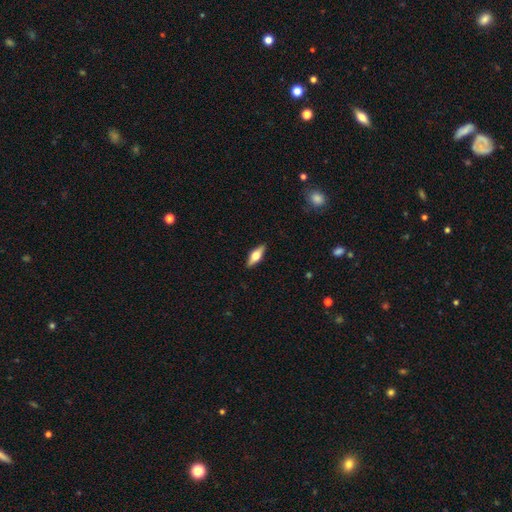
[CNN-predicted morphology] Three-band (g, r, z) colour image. It shows a featured or disk galaxy (48%). Merging: none (89%).